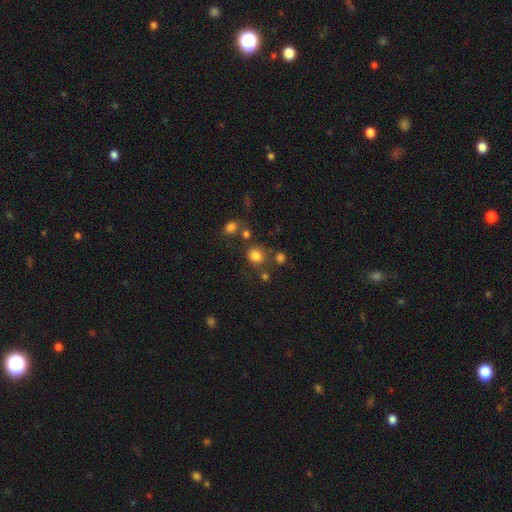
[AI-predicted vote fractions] This is likely a smooth galaxy (79%). How rounded: likely round (76%). Merging: likely none (70%).